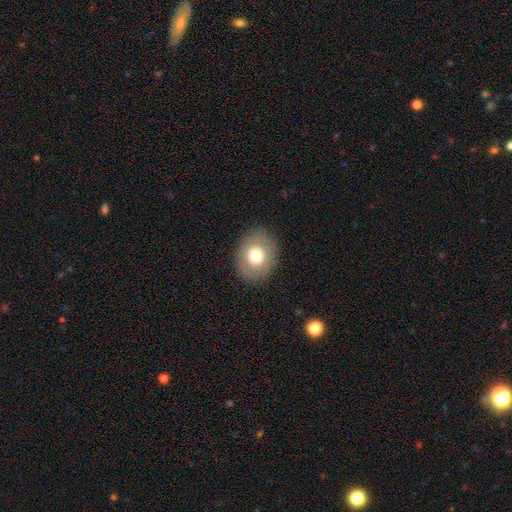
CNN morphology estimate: This is likely a smooth galaxy (72%). How rounded: possibly round (53%). Merging: clearly none (87%).